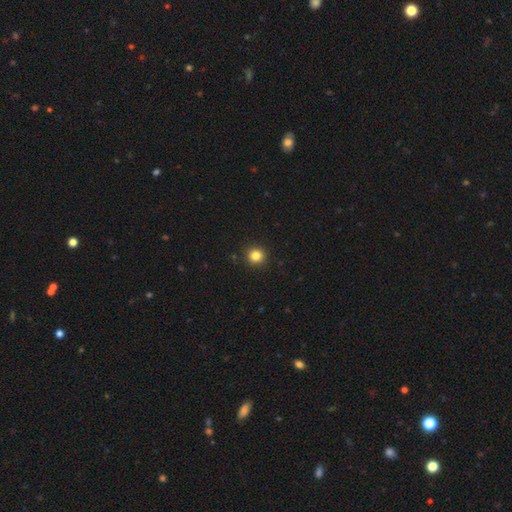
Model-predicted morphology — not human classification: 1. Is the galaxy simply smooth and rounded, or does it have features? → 83% smooth, 12% star or artifact, 5% featured or disk.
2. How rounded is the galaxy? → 94% round, 5% in between, 1% cigar-shaped.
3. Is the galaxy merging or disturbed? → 93% none, 5% minor disturbance, 2% major disturbance, 1% merger.